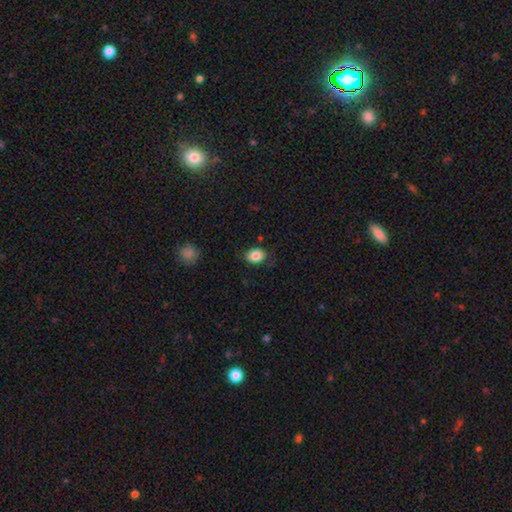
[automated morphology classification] Smooth or featured? Predicted: smooth (p=0.85). How rounded? Predicted: in between (p=0.60). Merging? Predicted: none (p=0.80).